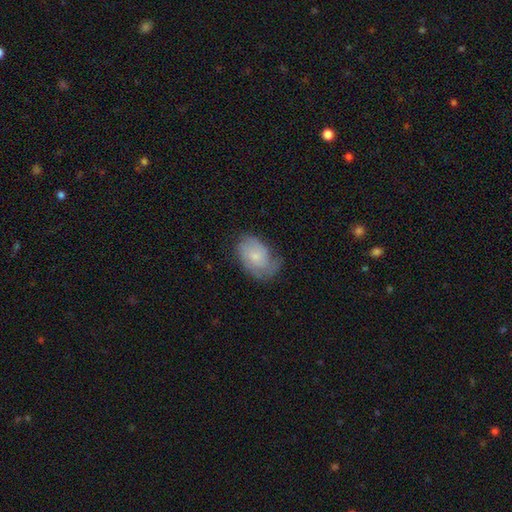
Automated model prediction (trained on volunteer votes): This appears to be a featured or disk galaxy (55%) with no bar (77%), spiral arms (85%) and a small central bulge (60%). Merging: none (57%).